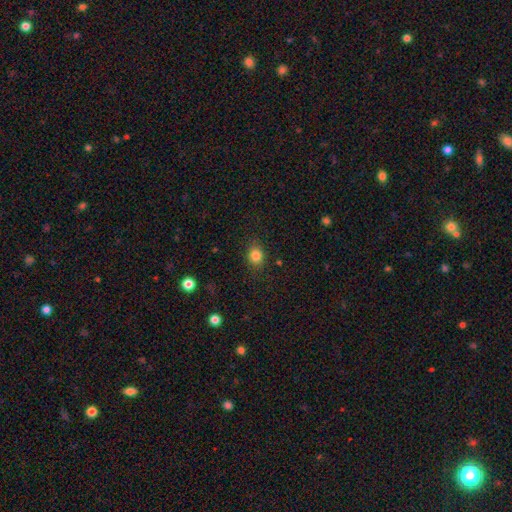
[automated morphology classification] The model was most divided on "how rounded": round: 62%, in between: 37%, cigar-shaped: 1%. More confident: merging — none (84%); smooth or featured — smooth (83%).